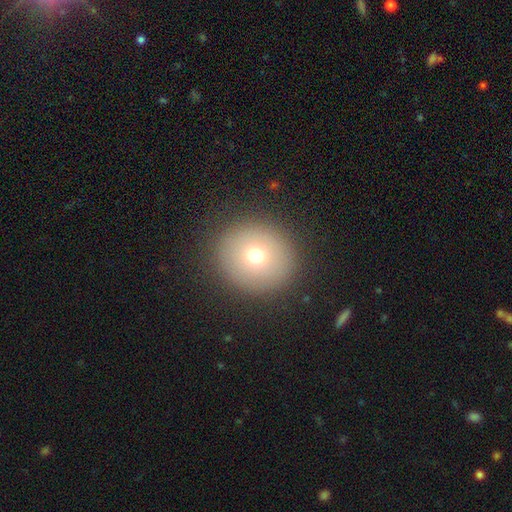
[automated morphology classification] Smooth or featured? smooth (69%)
How rounded? round (90%)
Merging? none (88%)